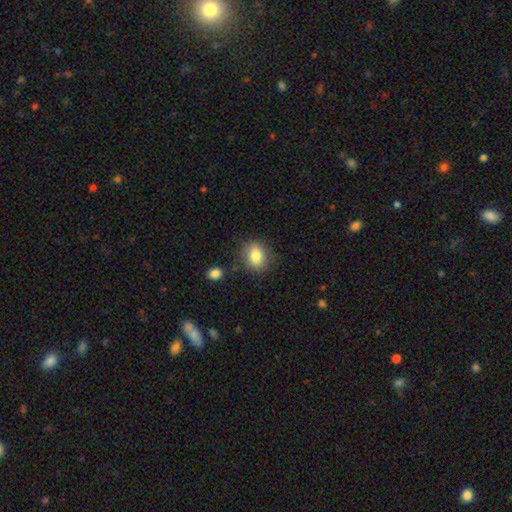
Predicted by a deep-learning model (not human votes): The model was most divided on "how rounded": round: 58%, in between: 41%, cigar-shaped: 1%. More confident: merging — none (82%); smooth or featured — smooth (82%).